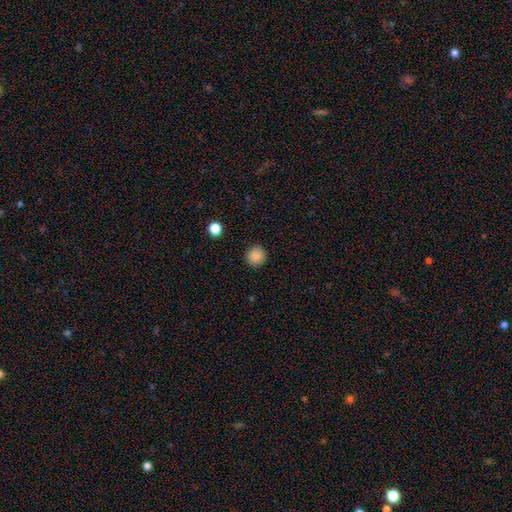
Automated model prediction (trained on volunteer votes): Smooth or featured? Predicted: smooth (p=0.87). How rounded? Predicted: round (p=0.90). Merging? Predicted: none (p=0.87).